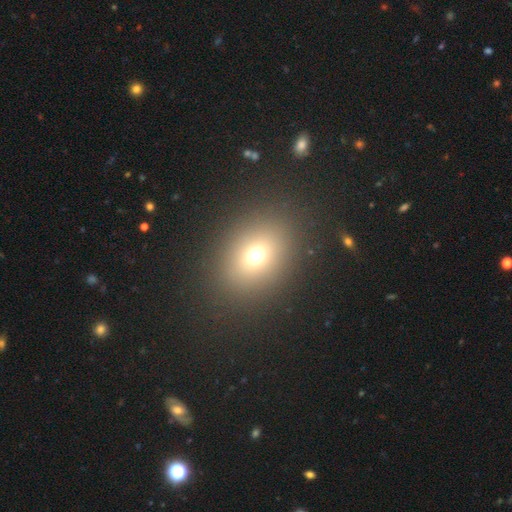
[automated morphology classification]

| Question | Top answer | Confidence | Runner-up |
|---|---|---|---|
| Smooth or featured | smooth | 69% | star or artifact (19%) |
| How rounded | in between | 51% | round (48%) |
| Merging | none | 87% | minor disturbance (7%) |